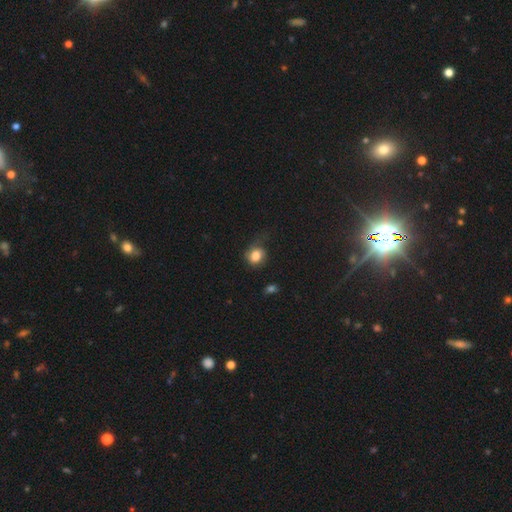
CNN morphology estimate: This is clearly a smooth galaxy (83%). How rounded: likely round (69%). Merging: possibly none (52%).